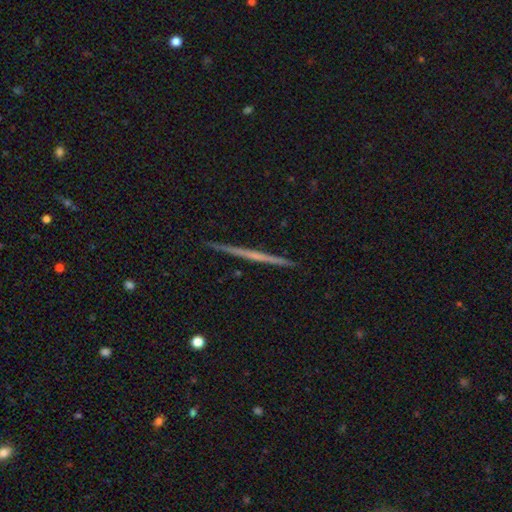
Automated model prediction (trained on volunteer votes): Smooth or featured?
  - featured or disk: 63% *
  - smooth: 30%
  - star or artifact: 6%
Edge-on disk?
  - yes: 98% *
  - no: 2%
Edge-on bulge?
  - none: 86% *
  - rounded: 10%
  - boxy: 4%
Merging?
  - none: 93% *
  - minor disturbance: 5%
  - major disturbance: 1%
  - merger: 1%